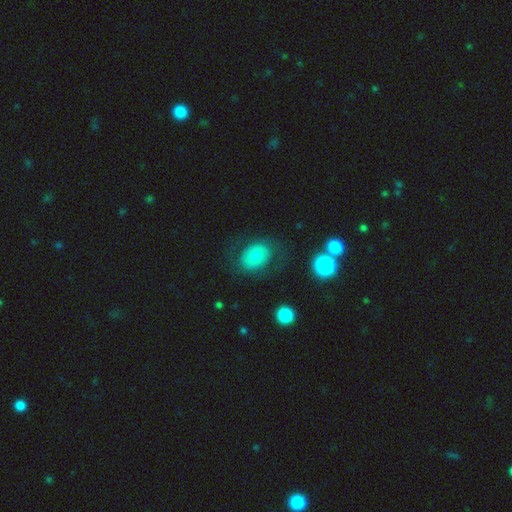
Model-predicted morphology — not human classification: This is possibly a smooth galaxy (58%). How rounded: possibly in between (59%). Merging: likely none (72%).